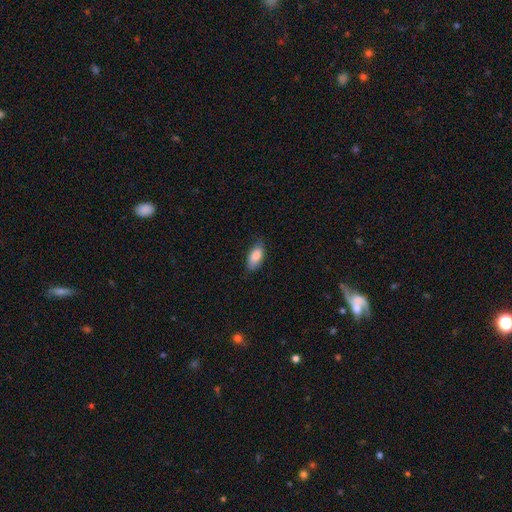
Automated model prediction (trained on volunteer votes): This appears to be a smooth galaxy with no disk features (85%) that is in between round and cigar-shaped (90%). Merging: none (76%).